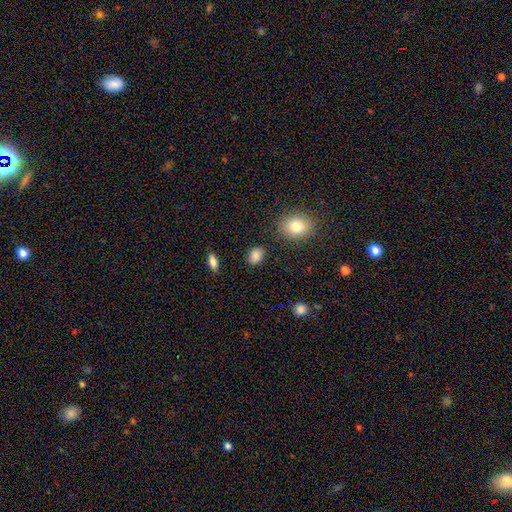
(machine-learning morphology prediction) Smooth or featured? smooth (87%)
How rounded? in between (54%)
Merging? none (85%)